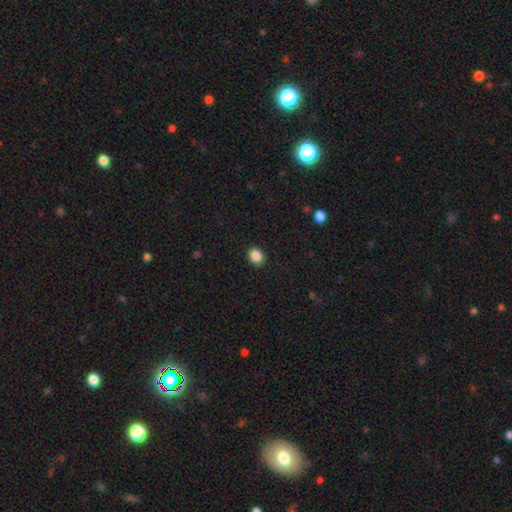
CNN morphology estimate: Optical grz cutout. It shows a smooth galaxy with no disk features (87%) that is round (78%). Merging: none (91%).